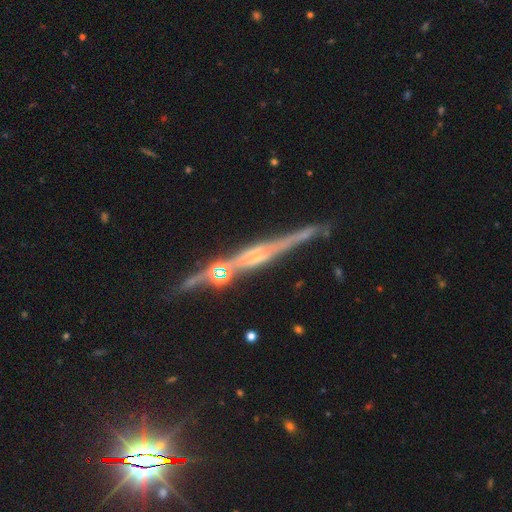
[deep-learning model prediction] This is likely a featured or disk galaxy (79%). It is clearly viewed edge-on (95%). Edge-on bulge: likely rounded (73%). Merging: likely none (61%).